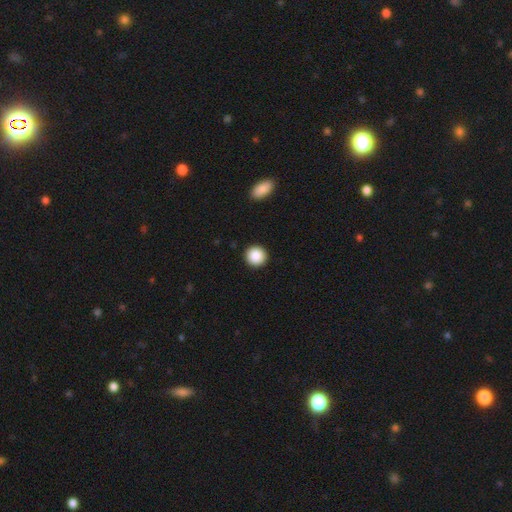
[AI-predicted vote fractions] Smooth or featured?
  - smooth: 88% *
  - star or artifact: 8%
  - featured or disk: 3%
How rounded?
  - round: 93% *
  - in between: 6%
  - cigar-shaped: 1%
Merging?
  - none: 93% *
  - minor disturbance: 5%
  - major disturbance: 2%
  - merger: 1%